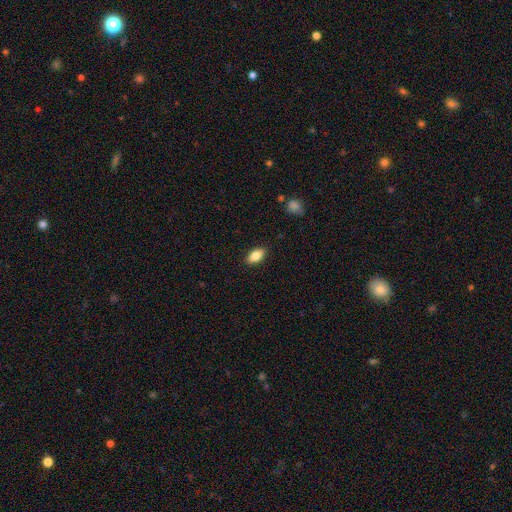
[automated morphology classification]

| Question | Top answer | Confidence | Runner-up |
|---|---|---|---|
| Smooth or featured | smooth | 83% | featured or disk (10%) |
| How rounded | in between | 89% | cigar-shaped (6%) |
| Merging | none | 88% | minor disturbance (9%) |